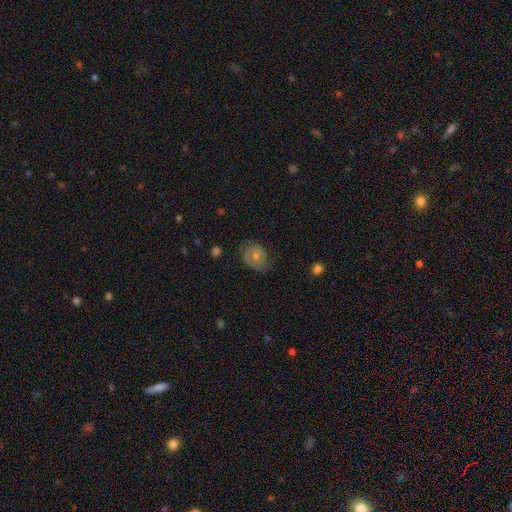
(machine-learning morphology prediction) smooth 49%, featured or disk 43%, star or artifact 8%. Down the decision tree: merging — none (57%).